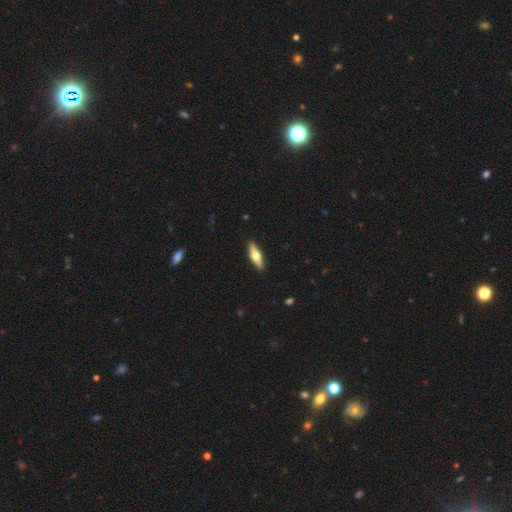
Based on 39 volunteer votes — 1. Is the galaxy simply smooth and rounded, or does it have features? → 56% featured or disk, 38% smooth, 5% star or artifact.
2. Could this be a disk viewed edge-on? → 95% yes, 5% no.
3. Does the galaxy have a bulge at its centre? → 100% rounded, 0% boxy, 0% none.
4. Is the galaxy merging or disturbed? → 92% none, 8% minor disturbance, 0% major disturbance, 0% merger.